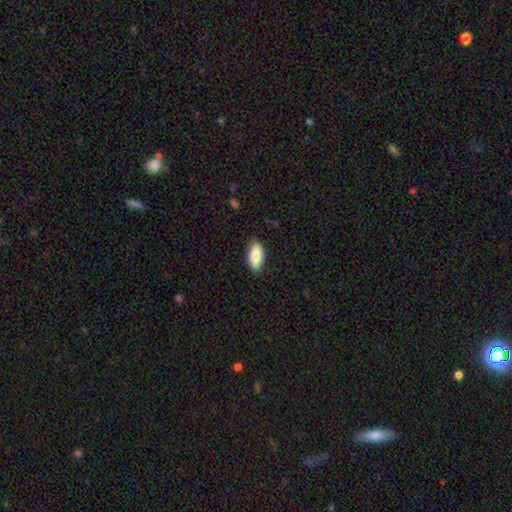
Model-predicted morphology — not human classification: Overall: smooth (85%). How rounded: in between (91%). Merging: none (81%).